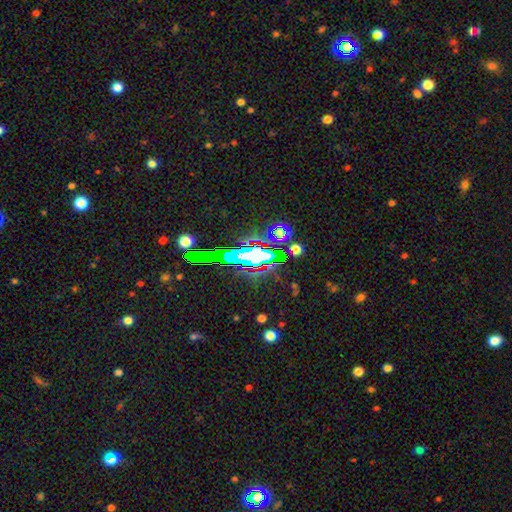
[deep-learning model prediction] This appears to be a star or artifact, not a galaxy (56%).